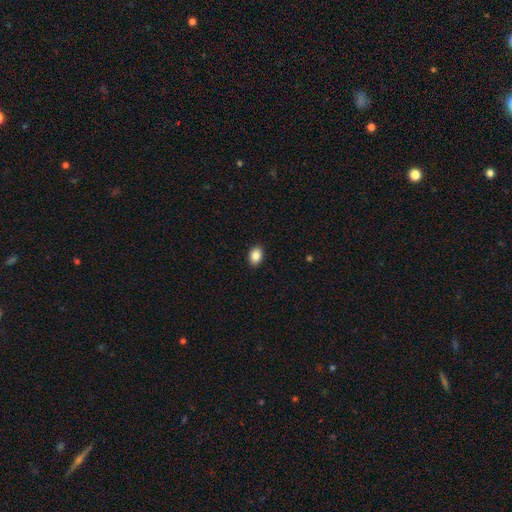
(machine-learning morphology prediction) Smooth or featured: smooth — 88% (star or artifact — 8%)
How rounded: in between — 76% (round — 23%)
Merging: none — 90% (minor disturbance — 7%)